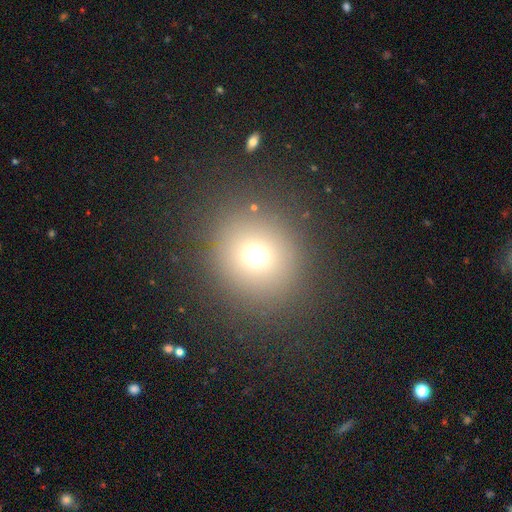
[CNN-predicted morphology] smooth_or_featured: smooth (p=0.68) [alt: star or artifact p=0.21]
how_rounded: round (p=0.88) [alt: in between p=0.11]
merging: none (p=0.86) [alt: minor disturbance p=0.07]